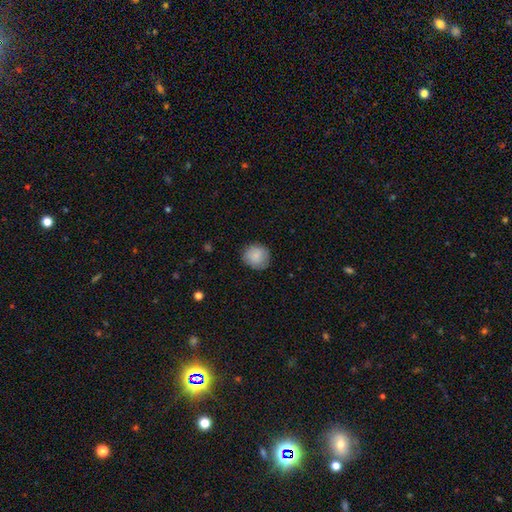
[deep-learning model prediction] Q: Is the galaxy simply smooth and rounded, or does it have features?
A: smooth — 87%.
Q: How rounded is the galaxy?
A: round — 87%.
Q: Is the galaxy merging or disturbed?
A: none — 83%.